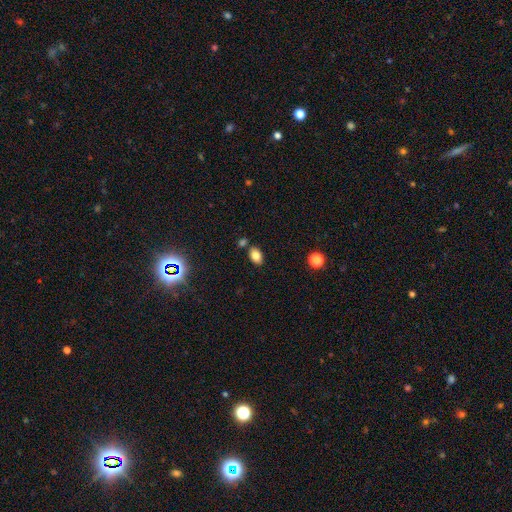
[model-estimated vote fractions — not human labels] Q: Smooth or featured?
A: smooth (81%); runner-up: star or artifact (11%)
Q: How rounded?
A: in between (86%); runner-up: round (13%)
Q: Merging?
A: none (77%); runner-up: minor disturbance (11%)